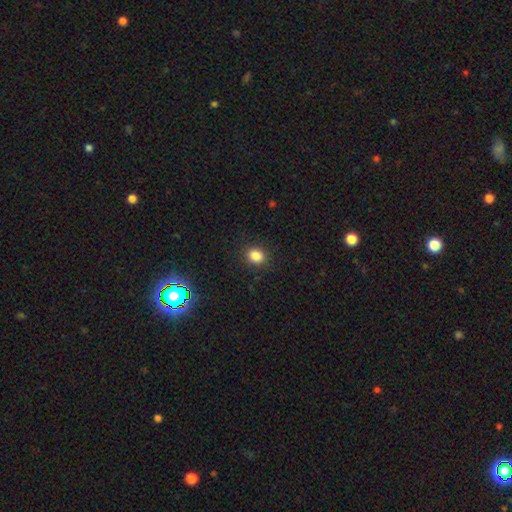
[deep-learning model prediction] smooth_or_featured: smooth (p=0.84) [alt: star or artifact p=0.11]
how_rounded: round (p=0.61) [alt: in between p=0.38]
merging: none (p=0.89) [alt: minor disturbance p=0.07]